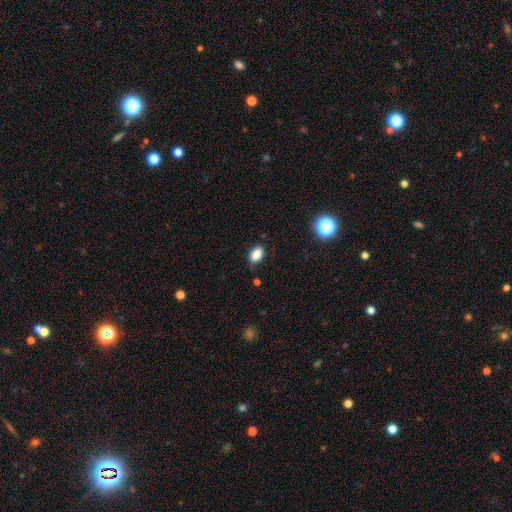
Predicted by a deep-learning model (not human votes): The model was most divided on "merging": none: 83%, minor disturbance: 13%, major disturbance: 3%, merger: 1%. More confident: how rounded — in between (90%); smooth or featured — smooth (86%).